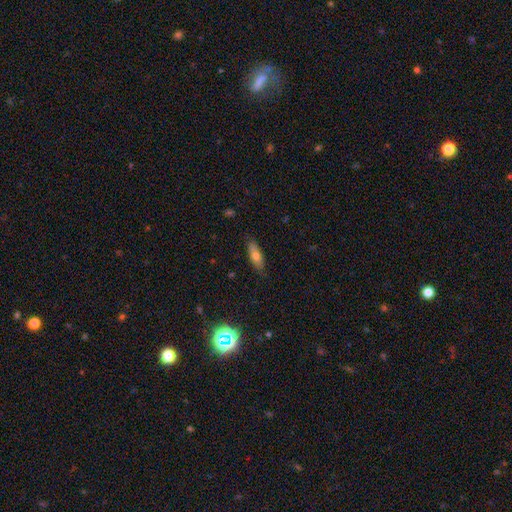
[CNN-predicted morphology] A smooth galaxy with no disk features (66%) that is in between round and cigar-shaped (53%). Merging: none (83%).